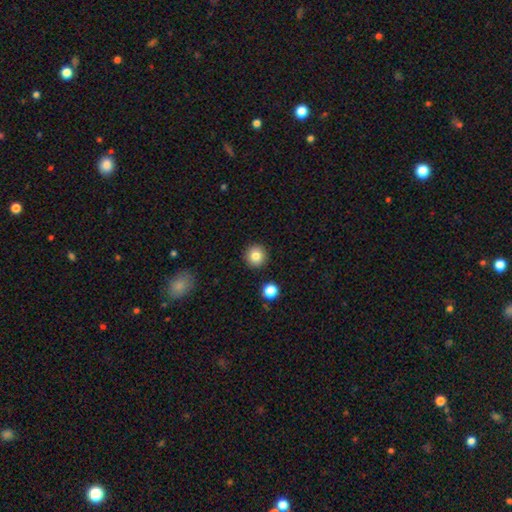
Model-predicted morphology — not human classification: Smooth or featured: smooth — 82% (star or artifact — 10%)
How rounded: round — 95% (in between — 4%)
Merging: none — 92% (minor disturbance — 5%)